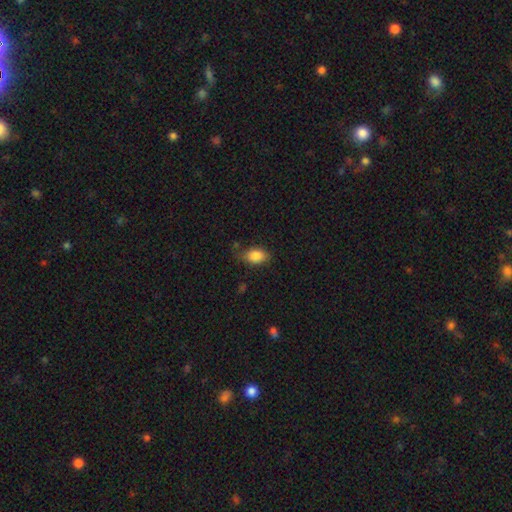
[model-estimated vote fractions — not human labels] Q: Smooth or featured?
A: smooth (85%); runner-up: star or artifact (8%)
Q: How rounded?
A: in between (82%); runner-up: round (16%)
Q: Merging?
A: none (68%); runner-up: minor disturbance (24%)